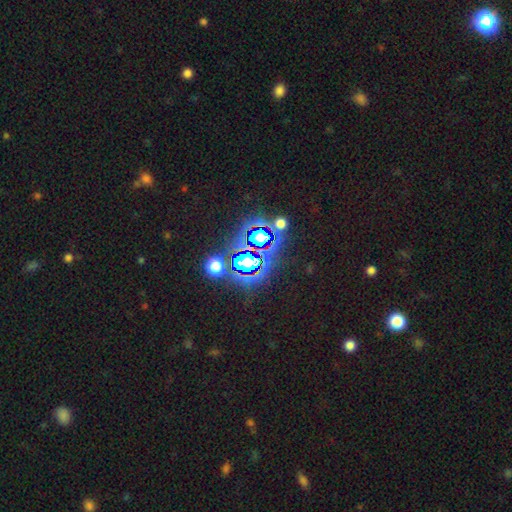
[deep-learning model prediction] Smooth or featured?
  - star or artifact: 80% *
  - smooth: 13%
  - featured or disk: 7%